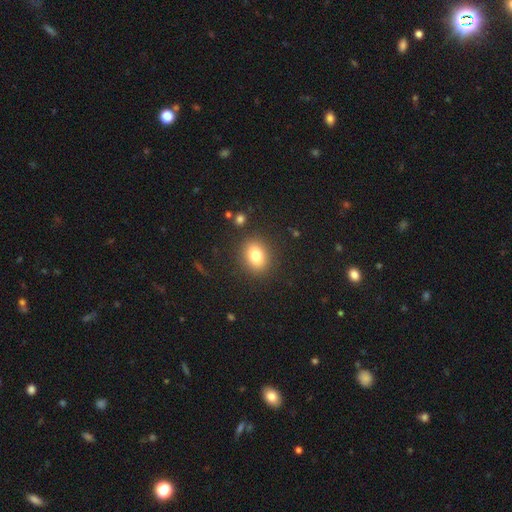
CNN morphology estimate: smooth_or_featured: smooth (p=0.79) [alt: star or artifact p=0.11]
how_rounded: in between (p=0.52) [alt: round p=0.46]
merging: none (p=0.87) [alt: minor disturbance p=0.08]